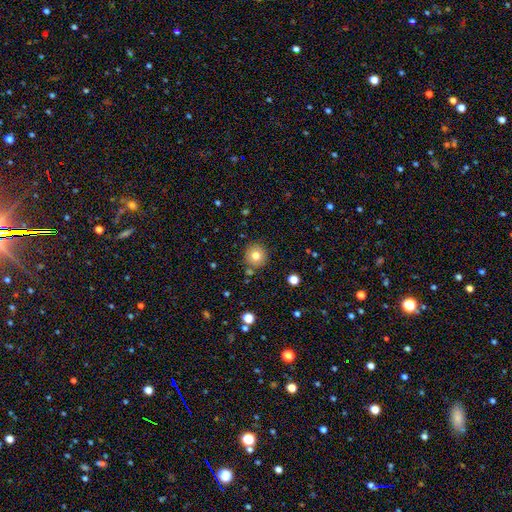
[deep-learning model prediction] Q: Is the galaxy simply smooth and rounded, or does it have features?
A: smooth — 78%.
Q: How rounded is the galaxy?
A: round — 92%.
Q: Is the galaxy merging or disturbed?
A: none — 85%.